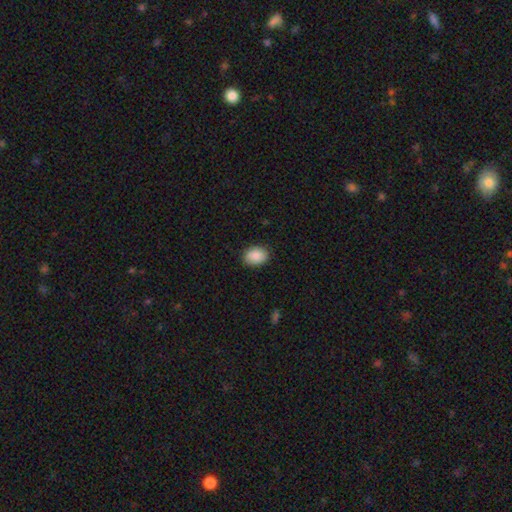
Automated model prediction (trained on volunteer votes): smooth_or_featured: smooth (p=0.90) [alt: star or artifact p=0.07]
how_rounded: in between (p=0.72) [alt: round p=0.27]
merging: none (p=0.87) [alt: minor disturbance p=0.10]